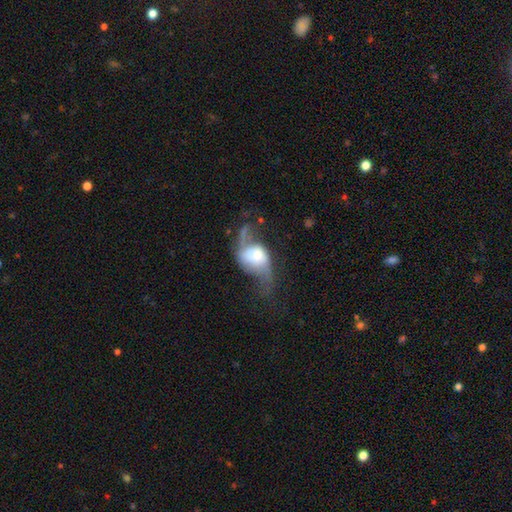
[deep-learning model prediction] Q: Smooth or featured?
A: featured or disk (68%); runner-up: smooth (25%)
Q: Edge-on disk?
A: no (94%); runner-up: yes (6%)
Q: Bar?
A: no (61%); runner-up: weak (27%)
Q: Spiral arms?
A: yes (82%); runner-up: no (18%)
Q: Spiral winding?
A: loose (81%); runner-up: medium (15%)
Q: Spiral arm count?
A: 2 (87%); runner-up: 1 (5%)
Q: Bulge size?
A: large (27%); runner-up: moderate (26%)
Q: Merging?
A: major disturbance (41%); runner-up: none (31%)